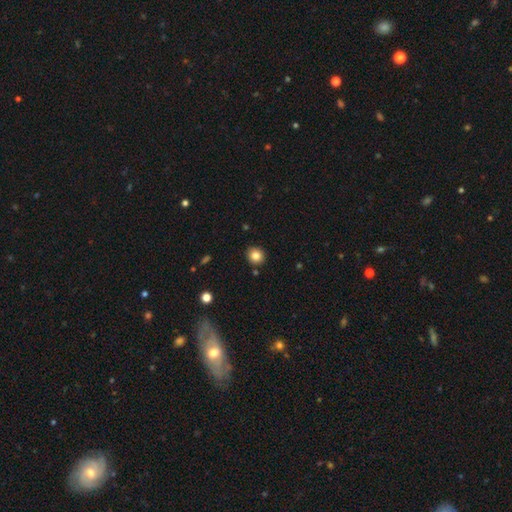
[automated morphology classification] Smooth or featured? smooth (83%)
How rounded? round (86%)
Merging? none (90%)